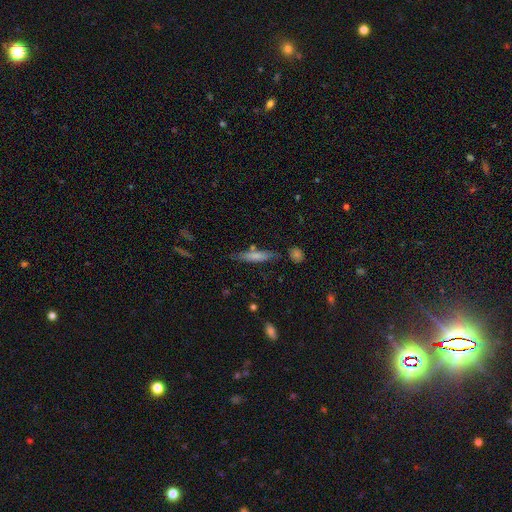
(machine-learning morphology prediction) Q: Smooth or featured?
A: smooth (72%); runner-up: featured or disk (22%)
Q: How rounded?
A: cigar-shaped (82%); runner-up: in between (16%)
Q: Merging?
A: none (74%); runner-up: minor disturbance (16%)